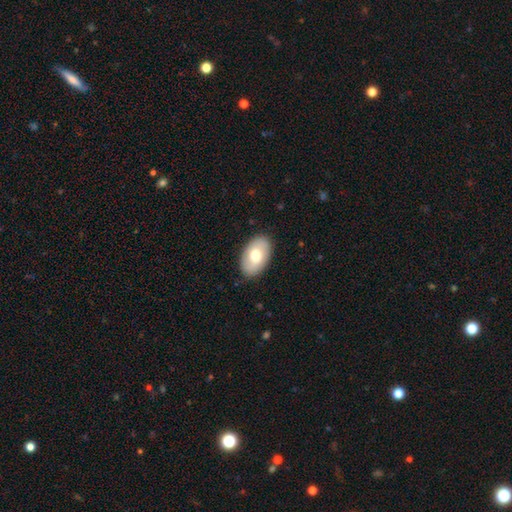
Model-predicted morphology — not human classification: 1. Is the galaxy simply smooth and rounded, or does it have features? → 70% smooth, 24% featured or disk, 6% star or artifact.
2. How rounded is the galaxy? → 93% in between, 6% round, 1% cigar-shaped.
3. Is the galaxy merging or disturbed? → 87% none, 10% minor disturbance, 2% major disturbance, 1% merger.